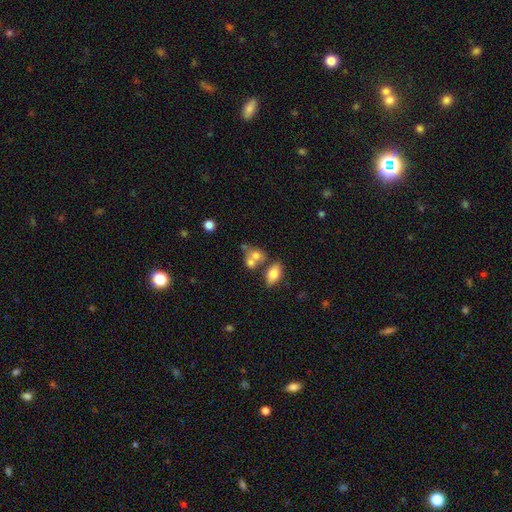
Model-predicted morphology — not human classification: smooth 70%, featured or disk 18%, star or artifact 12%. Down the decision tree: how rounded — in between (55%); merging — merger (51%).